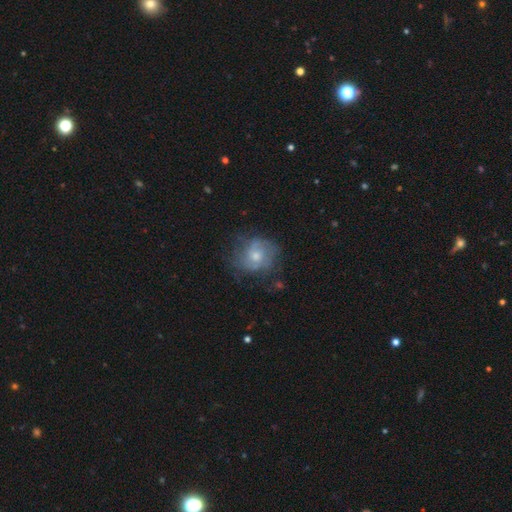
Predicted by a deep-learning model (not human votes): The model was most divided on "smooth or featured": featured or disk: 55%, smooth: 36%, star or artifact: 9%. More confident: edge-on disk — no (97%); bar — no (76%); spiral arms — yes (72%); merging — none (58%); bulge size — moderate (56%).